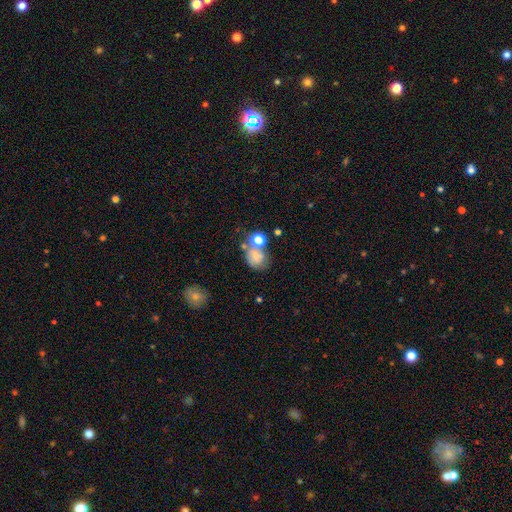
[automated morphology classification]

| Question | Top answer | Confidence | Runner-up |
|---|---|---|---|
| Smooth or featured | smooth | 70% | featured or disk (17%) |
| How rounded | round | 54% | in between (45%) |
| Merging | none | 36% | tied: merger (36%) |